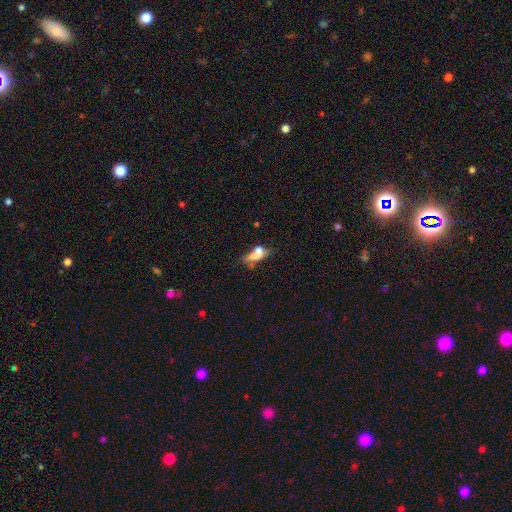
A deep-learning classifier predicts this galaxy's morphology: The model was most divided on "merging": merger: 39%, none: 29%, minor disturbance: 16%, major disturbance: 16%. More confident: how rounded — in between (65%); smooth or featured — smooth (60%).